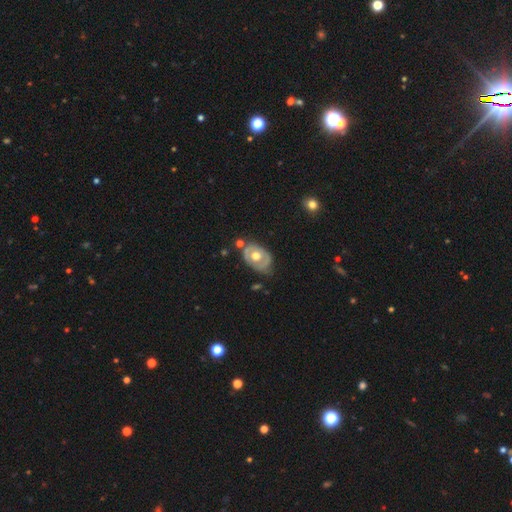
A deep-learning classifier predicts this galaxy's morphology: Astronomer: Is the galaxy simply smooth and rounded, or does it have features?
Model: featured or disk — 58% (runner-up: smooth, 37%).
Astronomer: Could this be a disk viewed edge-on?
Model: no — 92%.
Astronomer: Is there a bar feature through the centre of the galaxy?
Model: no — 86%.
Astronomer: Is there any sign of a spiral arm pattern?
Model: no — 75%.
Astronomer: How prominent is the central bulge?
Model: moderate — 63%.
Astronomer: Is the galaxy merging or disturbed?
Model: none — 64%.